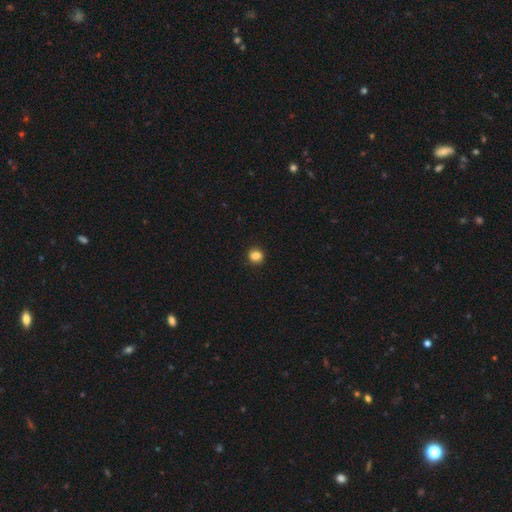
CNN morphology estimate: This is clearly a smooth galaxy (84%). How rounded: likely round (75%). Merging: clearly none (88%).